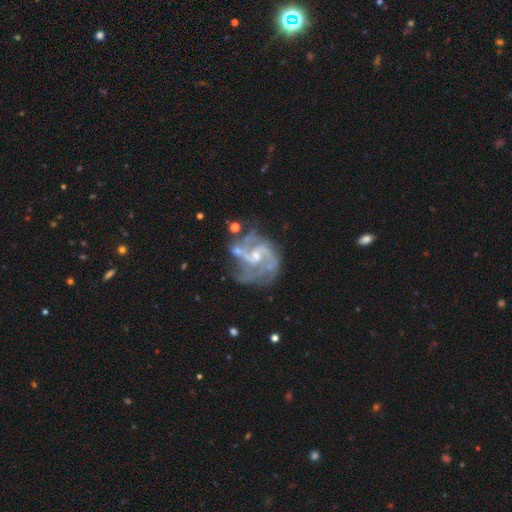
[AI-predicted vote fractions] A featured or disk galaxy (87%) with a weak bar (50%), 2 (54%) medium (51%) spiral arms (94%) and a small central bulge (50%).

Vote fractions:
- Smooth or featured? featured or disk: 87% / star or artifact: 7% / smooth: 6%
- Edge-on disk? no: 98% / yes: 2%
- Bar? weak: 50% / no: 37% / strong: 13%
- Spiral arms? yes: 94% / no: 6%
- Spiral winding? medium: 51% / loose: 25% / tight: 24%
- Spiral arm count? 2: 54% / 3: 18% / can't tell: 15% / 1: 5% / 4: 4% / more than 4: 4%
- Bulge size? small: 50% / moderate: 39% / none: 7% / large: 2% / dominant: 1%
- Merging? none: 50% / major disturbance: 20% / minor disturbance: 20% / merger: 10%